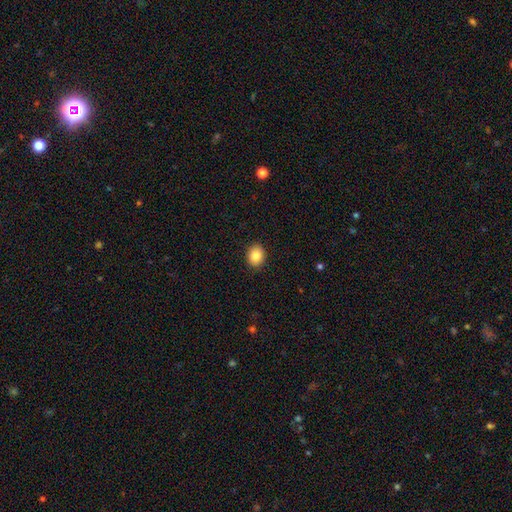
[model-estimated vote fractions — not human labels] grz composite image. It shows a smooth galaxy with no disk features (86%) that is round (61%). Merging: none (90%).